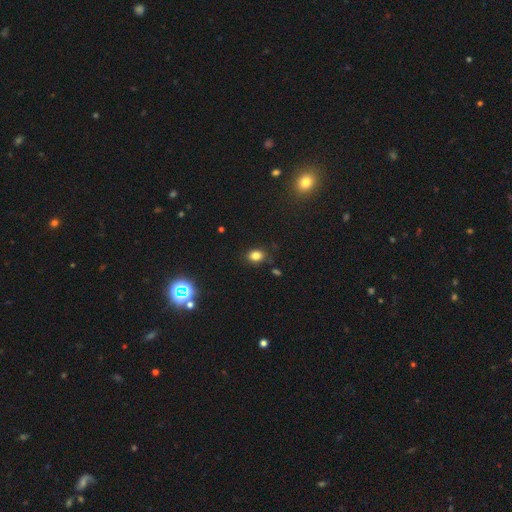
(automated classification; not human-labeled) Smooth or featured? Predicted: smooth (p=0.80). How rounded? Predicted: in between (p=0.51). Merging? Predicted: none (p=0.83).